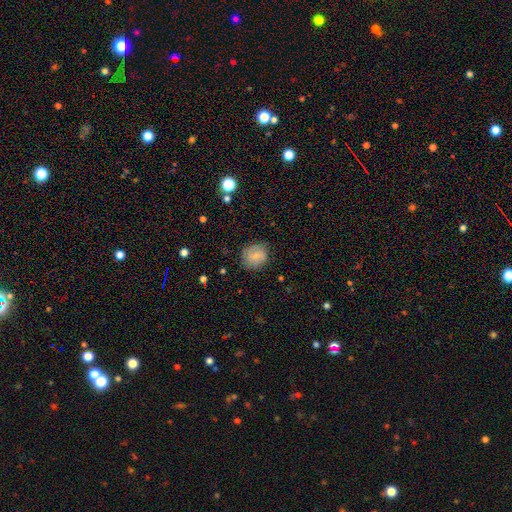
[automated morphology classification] Smooth or featured: smooth — 71% (featured or disk — 20%)
How rounded: round — 76% (in between — 23%)
Merging: none — 73% (minor disturbance — 20%)